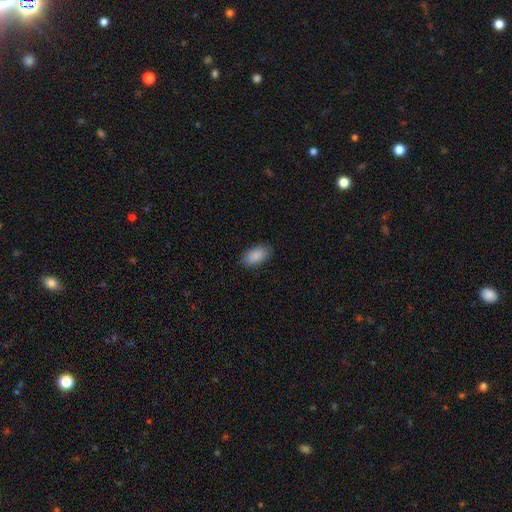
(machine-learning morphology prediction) Smooth or featured: smooth — 89% (star or artifact — 6%)
How rounded: in between — 94% (round — 3%)
Merging: none — 85% (minor disturbance — 11%)